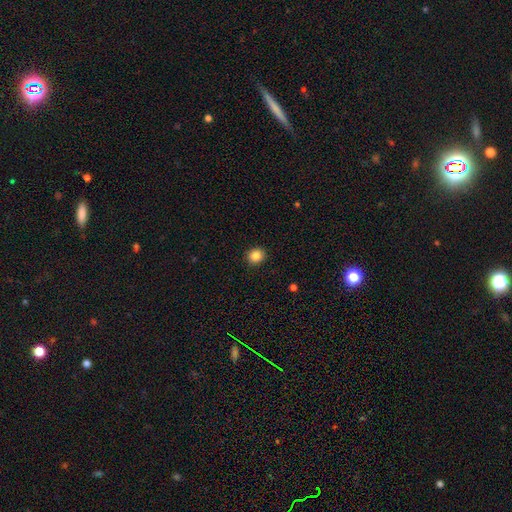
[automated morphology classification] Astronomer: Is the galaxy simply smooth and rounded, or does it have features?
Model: smooth — 85%.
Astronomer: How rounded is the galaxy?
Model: round — 81%.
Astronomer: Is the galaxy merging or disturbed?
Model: none — 91%.